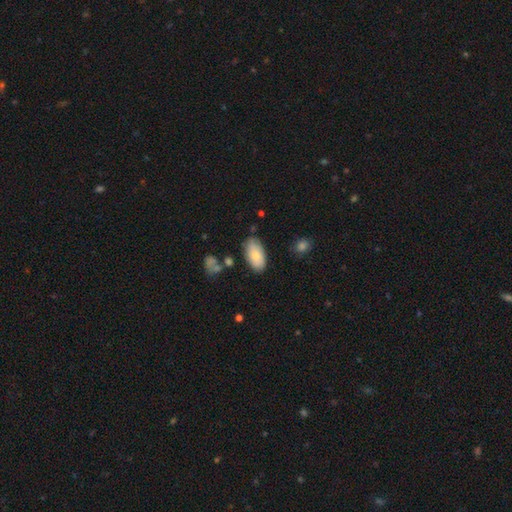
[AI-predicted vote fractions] Morphology: type=smooth (77%); roundness=in between (94%); merging=none (76%).